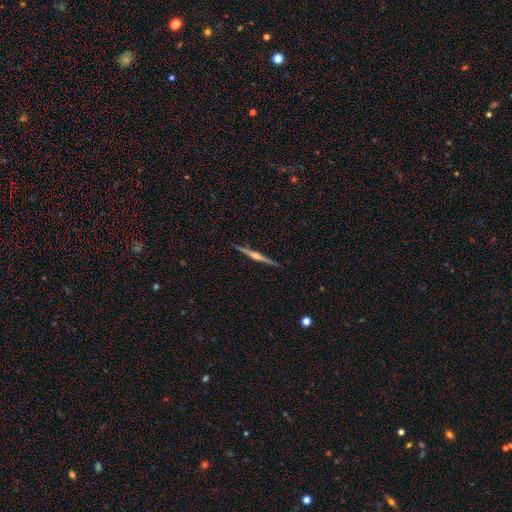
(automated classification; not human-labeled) featured or disk 82%, smooth 12%, star or artifact 6%. Down the decision tree: edge-on disk — yes (99%); edge-on bulge — rounded (87%); merging — none (92%).